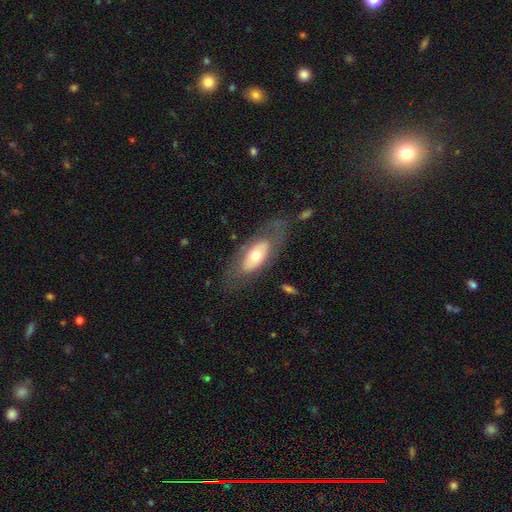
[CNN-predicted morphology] Smooth or featured?
  - smooth: 48% *
  - featured or disk: 46%
  - star or artifact: 6%
Merging?
  - none: 67% *
  - minor disturbance: 18%
  - major disturbance: 13%
  - merger: 2%